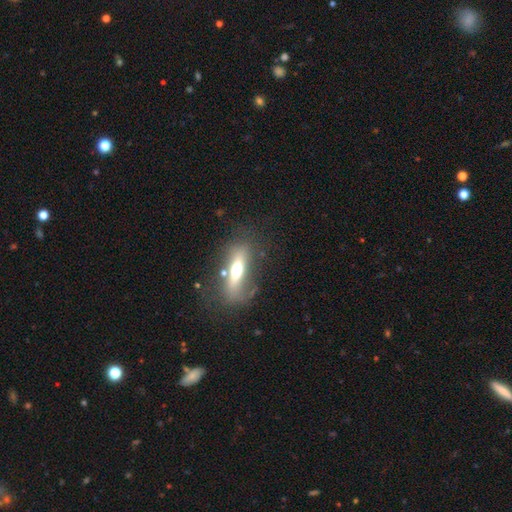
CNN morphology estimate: This appears to be a featured or disk galaxy (61%). Merging: none (64%).